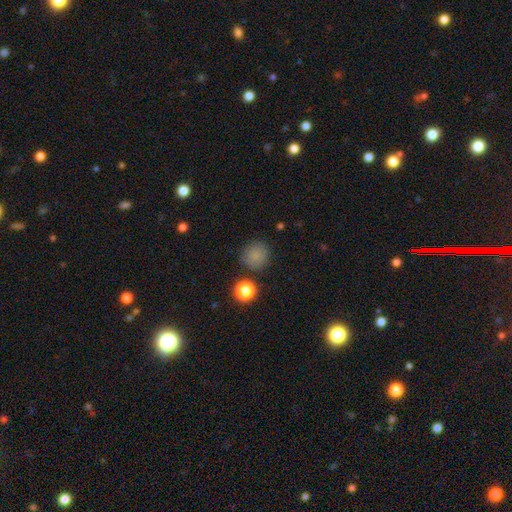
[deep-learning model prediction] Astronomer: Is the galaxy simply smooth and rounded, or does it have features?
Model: smooth — 81%.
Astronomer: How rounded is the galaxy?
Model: round — 91%.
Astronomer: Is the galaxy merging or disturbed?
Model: none — 84%.